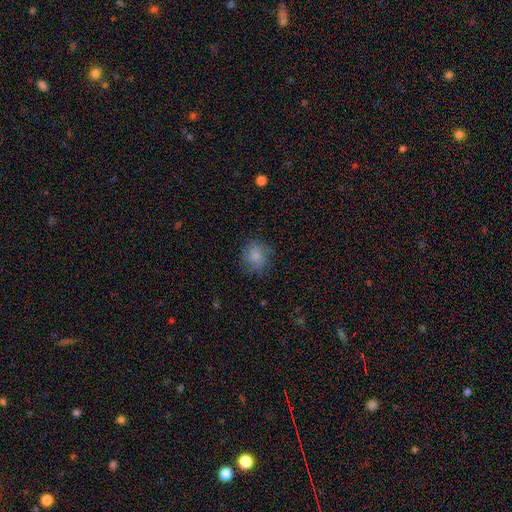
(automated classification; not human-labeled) Smooth or featured: smooth — 80% (star or artifact — 10%)
How rounded: round — 83% (in between — 16%)
Merging: none — 75% (minor disturbance — 18%)